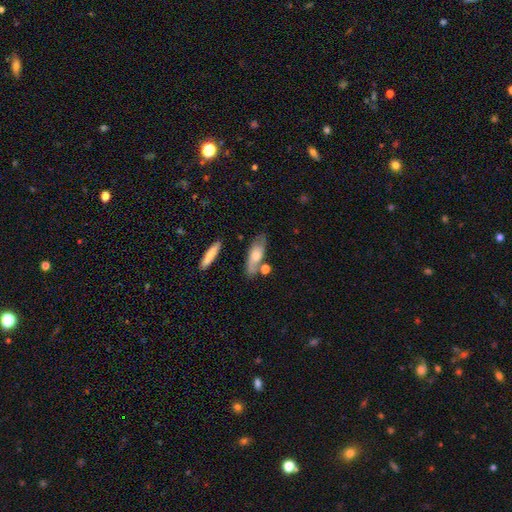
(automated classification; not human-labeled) smooth 56%, featured or disk 37%, star or artifact 6%. Down the decision tree: how rounded — in between (61%); merging — none (63%).